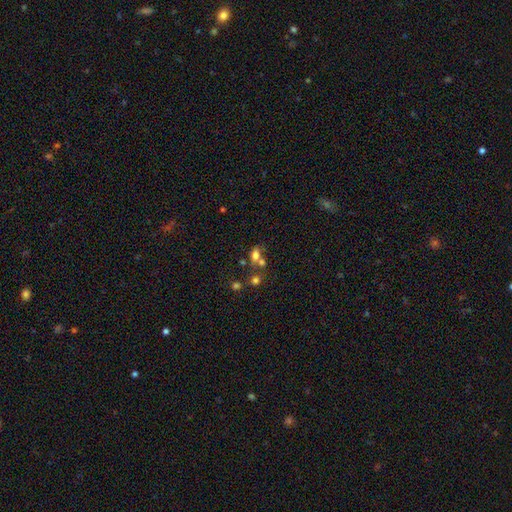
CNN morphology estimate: smooth_or_featured: smooth (p=0.67) [alt: star or artifact p=0.17]
how_rounded: in between (p=0.68) [alt: round p=0.29]
merging: merger (p=0.41) [alt: none p=0.39]